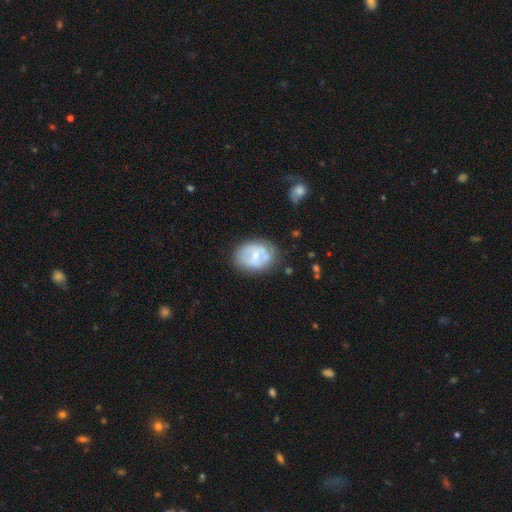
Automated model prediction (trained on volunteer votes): Overall: featured or disk (49%; smooth 44%). Merging: none (65%).